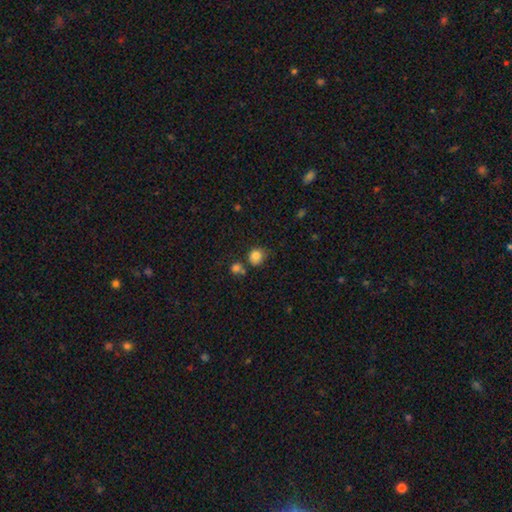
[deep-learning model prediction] smooth 82%, star or artifact 11%, featured or disk 7%. Down the decision tree: how rounded — round (80%); merging — none (59%).